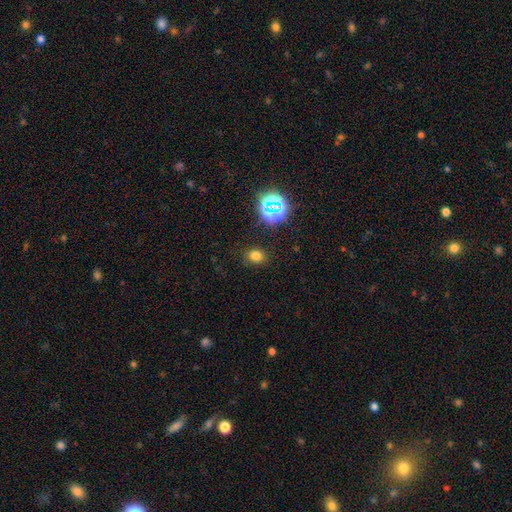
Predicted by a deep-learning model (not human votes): Smooth or featured? smooth (72%)
How rounded? round (58%)
Merging? none (85%)